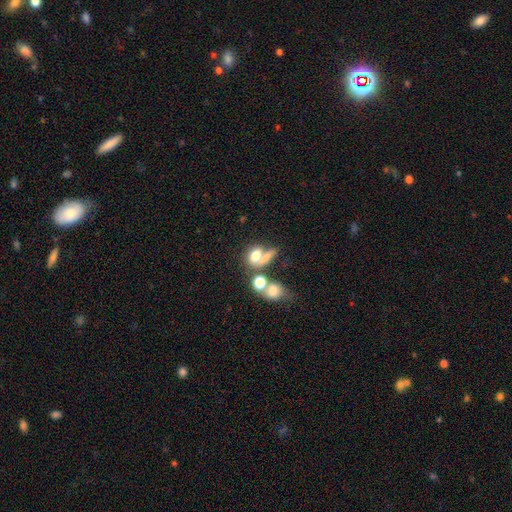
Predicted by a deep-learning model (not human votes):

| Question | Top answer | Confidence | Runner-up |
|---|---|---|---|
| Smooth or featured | smooth | 64% | featured or disk (20%) |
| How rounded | in between | 61% | round (34%) |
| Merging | merger | 47% | none (30%) |